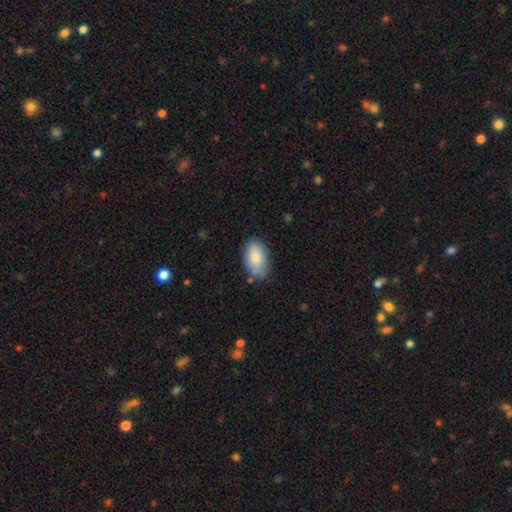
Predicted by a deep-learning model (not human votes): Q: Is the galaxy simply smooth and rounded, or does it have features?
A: smooth — 85%.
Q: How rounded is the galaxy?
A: in between — 94%.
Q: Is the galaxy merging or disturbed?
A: none — 79%.